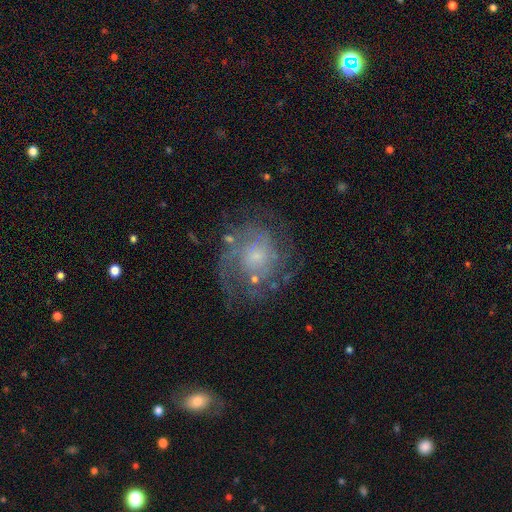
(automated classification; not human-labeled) Smooth or featured: featured or disk — 76% (smooth — 15%)
Edge-on disk: no — 98% (yes — 2%)
Bar: no — 73% (weak — 24%)
Spiral arms: yes — 87% (no — 13%)
Spiral winding: tight — 47% (medium — 38%)
Spiral arm count: can't tell — 38% (2 — 24%)
Bulge size: small — 64% (moderate — 22%)
Merging: none — 65% (minor disturbance — 17%)